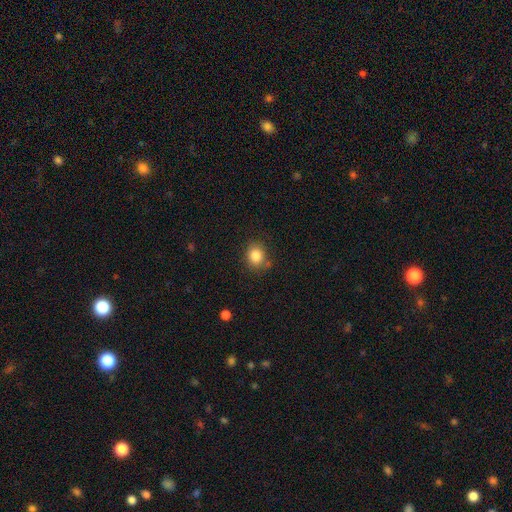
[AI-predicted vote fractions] This is clearly a smooth galaxy (84%). How rounded: likely round (69%). Merging: likely none (79%).